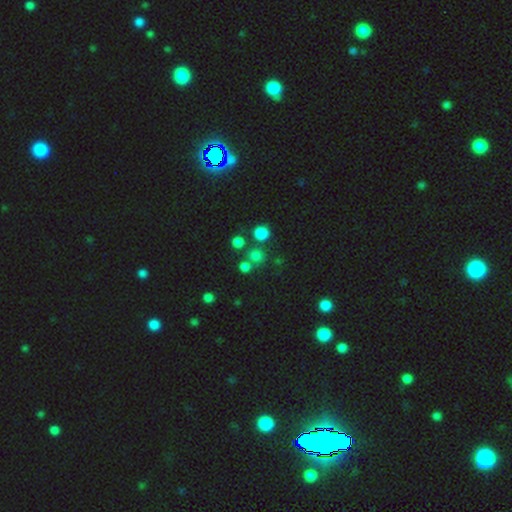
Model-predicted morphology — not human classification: Q: Smooth or featured?
A: smooth (70%); runner-up: star or artifact (23%)
Q: How rounded?
A: round (89%); runner-up: in between (10%)
Q: Merging?
A: none (69%); runner-up: merger (18%)